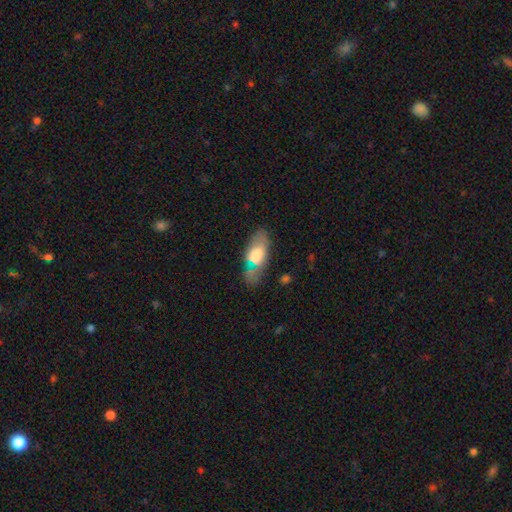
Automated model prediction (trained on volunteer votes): smooth-or-featured: smooth: 67% | featured or disk: 26% | star or artifact: 7%
  how-rounded: in between: 81% | cigar-shaped: 15% | round: 4%
  merging: none: 67% | minor disturbance: 20% | major disturbance: 7% | merger: 6%